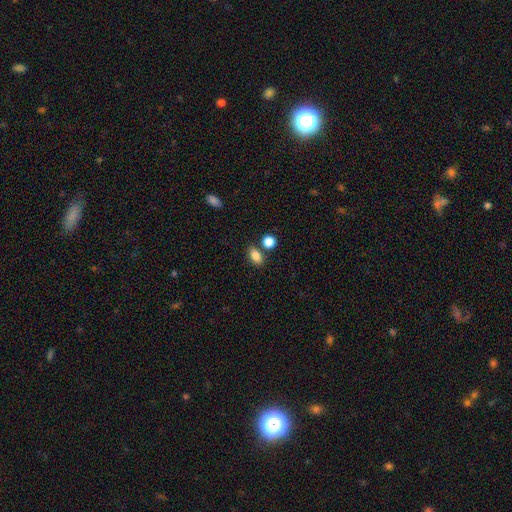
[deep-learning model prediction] smooth_or_featured: smooth (p=0.85) [alt: star or artifact p=0.09]
how_rounded: in between (p=0.82) [alt: round p=0.15]
merging: none (p=0.71) [alt: merger p=0.14]